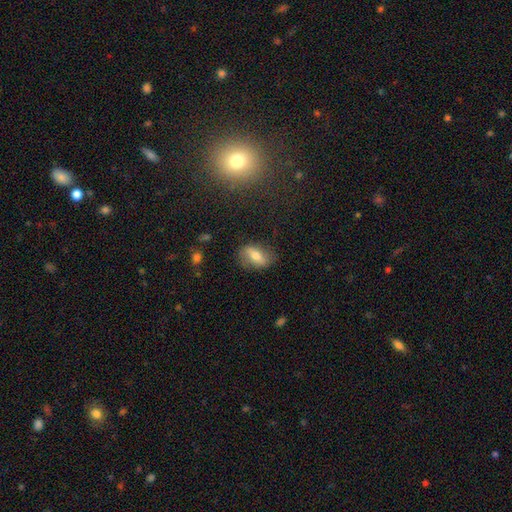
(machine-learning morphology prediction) Smooth or featured? smooth (59%)
How rounded? in between (79%)
Merging? none (77%)